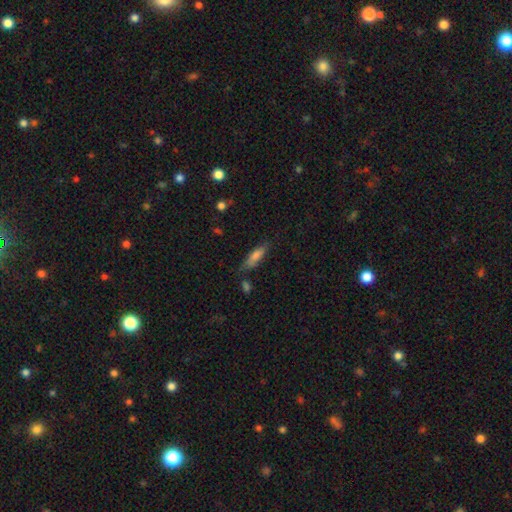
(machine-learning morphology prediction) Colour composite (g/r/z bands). It shows a smooth galaxy with no disk features (75%) that is cigar-shaped (57%). Merging: none (69%).